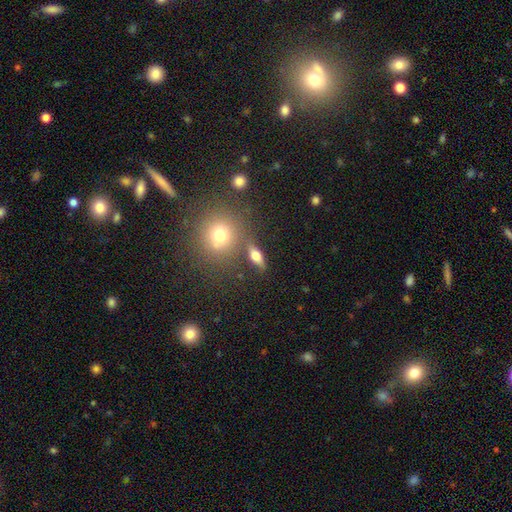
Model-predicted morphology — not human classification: smooth_or_featured: smooth (p=0.61) [alt: featured or disk p=0.27]
how_rounded: in between (p=0.58) [alt: cigar-shaped p=0.25]
merging: none (p=0.73) [alt: minor disturbance p=0.12]